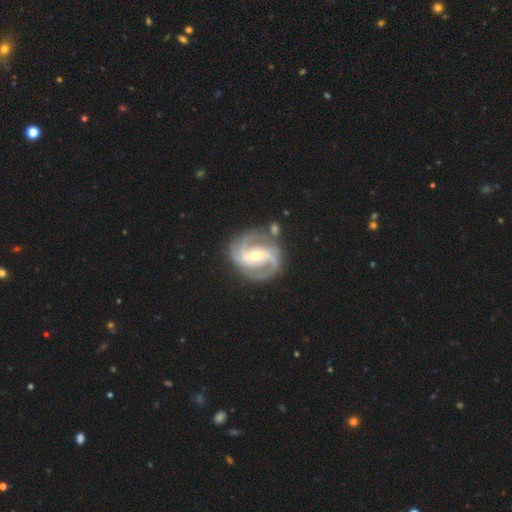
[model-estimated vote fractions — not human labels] A featured or disk galaxy (92%) with a strong bar (41%), 2 (64%) medium (56%) spiral arms (98%) and a moderate central bulge (50%). Merging: none (74%).